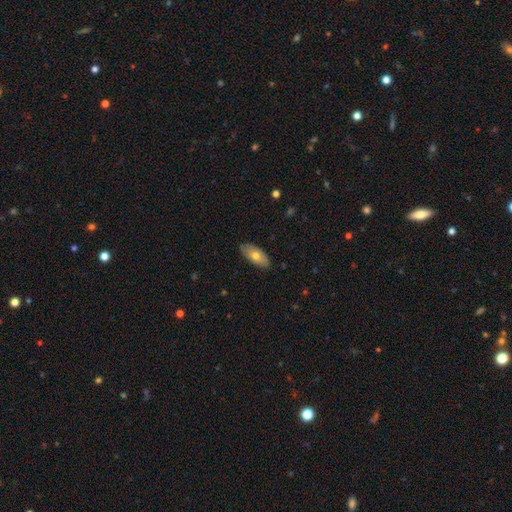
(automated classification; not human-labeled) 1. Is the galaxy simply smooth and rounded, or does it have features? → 67% smooth, 27% featured or disk, 6% star or artifact.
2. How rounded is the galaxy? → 88% in between, 9% cigar-shaped, 3% round.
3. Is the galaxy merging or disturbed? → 86% none, 11% minor disturbance, 2% major disturbance, 1% merger.